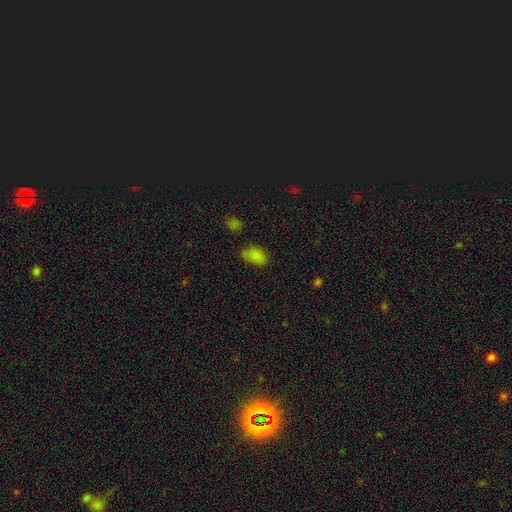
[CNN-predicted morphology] The model was most divided on "merging": none: 64%, minor disturbance: 24%, major disturbance: 6%, merger: 6%. More confident: how rounded — in between (90%); smooth or featured — smooth (79%).